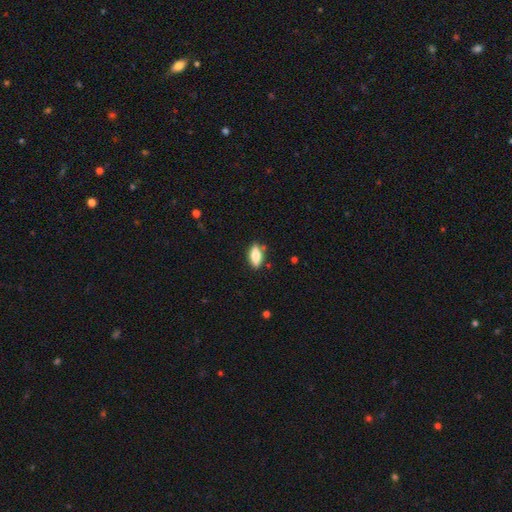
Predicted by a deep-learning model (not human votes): smooth 76%, featured or disk 17%, star or artifact 7%. Down the decision tree: how rounded — in between (78%); merging — none (83%).